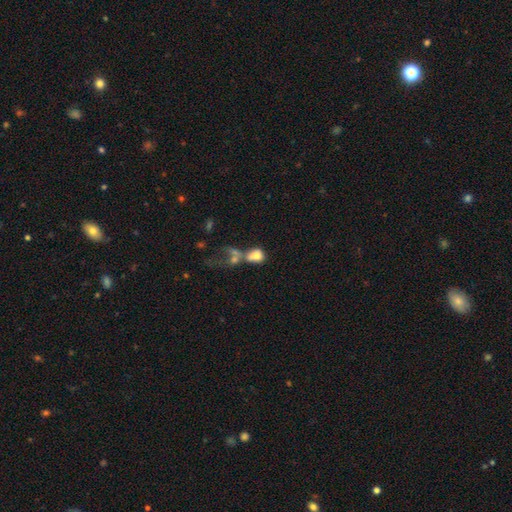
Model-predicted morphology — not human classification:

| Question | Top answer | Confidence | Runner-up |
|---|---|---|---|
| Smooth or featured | smooth | 64% | featured or disk (25%) |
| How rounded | in between | 63% | round (34%) |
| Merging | merger | 59% | major disturbance (20%) |